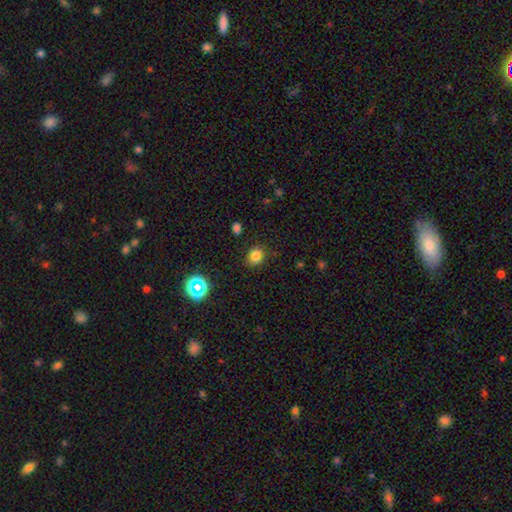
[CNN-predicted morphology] smooth_or_featured: smooth (p=0.80) [alt: star or artifact p=0.14]
how_rounded: round (p=0.74) [alt: in between p=0.25]
merging: none (p=0.85) [alt: minor disturbance p=0.11]